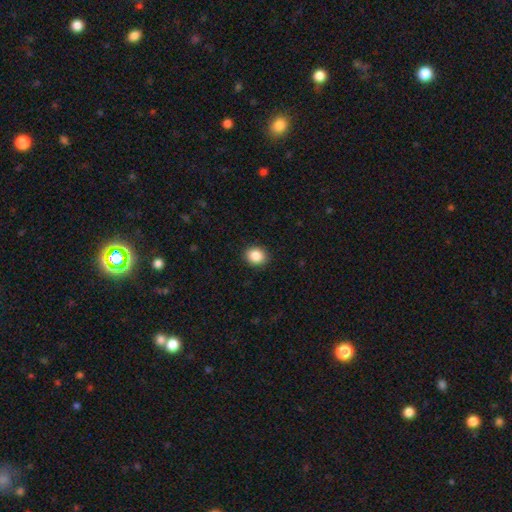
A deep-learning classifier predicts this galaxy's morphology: Smooth or featured?
  - smooth: 87% *
  - star or artifact: 9%
  - featured or disk: 4%
How rounded?
  - round: 59% *
  - in between: 40%
  - cigar-shaped: 1%
Merging?
  - none: 91% *
  - minor disturbance: 6%
  - major disturbance: 2%
  - merger: 1%